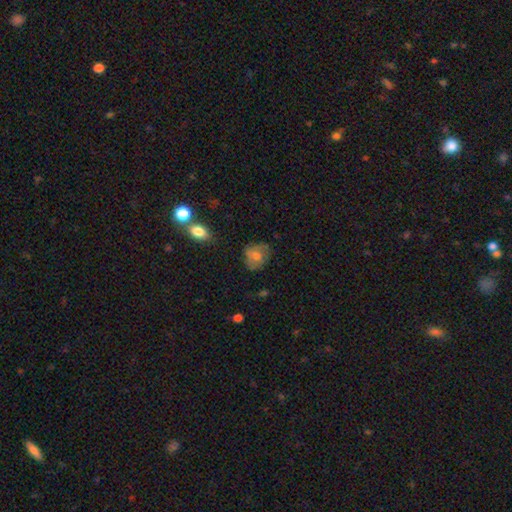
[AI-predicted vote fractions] Q: Smooth or featured?
A: smooth (62%); runner-up: featured or disk (29%)
Q: How rounded?
A: round (56%); runner-up: in between (42%)
Q: Merging?
A: none (63%); runner-up: minor disturbance (25%)